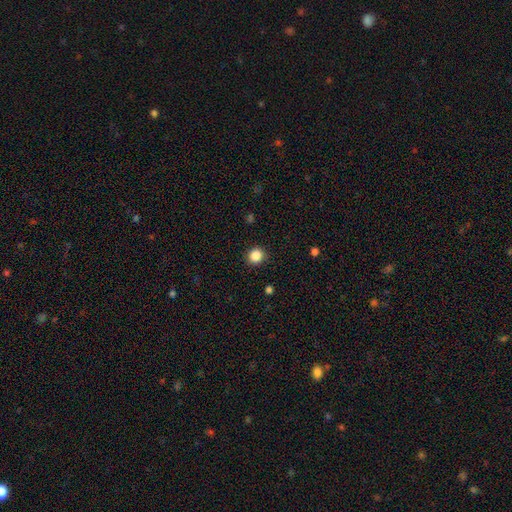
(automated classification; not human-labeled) Q: Smooth or featured?
A: smooth (87%); runner-up: star or artifact (10%)
Q: How rounded?
A: round (88%); runner-up: in between (11%)
Q: Merging?
A: none (90%); runner-up: minor disturbance (6%)